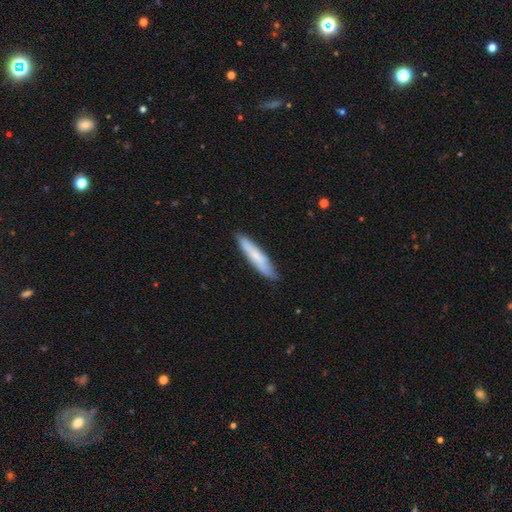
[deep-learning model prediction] This appears to be a smooth galaxy with no disk features (69%) that is cigar-shaped (88%). Merging: none (85%).